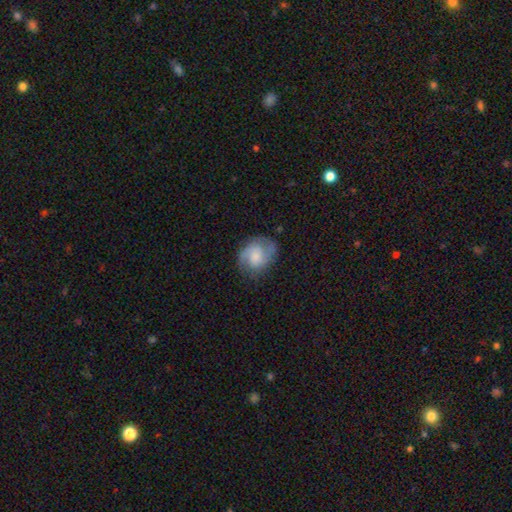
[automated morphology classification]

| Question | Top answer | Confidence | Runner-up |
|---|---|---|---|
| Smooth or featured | featured or disk | 65% | smooth (28%) |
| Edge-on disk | no | 98% | yes (2%) |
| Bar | no | 62% | weak (33%) |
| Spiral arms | yes | 92% | no (8%) |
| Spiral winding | medium | 50% | tight (30%) |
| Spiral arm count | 2 | 77% | can't tell (11%) |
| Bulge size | moderate | 32% | small (30%) |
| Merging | none | 71% | minor disturbance (19%) |